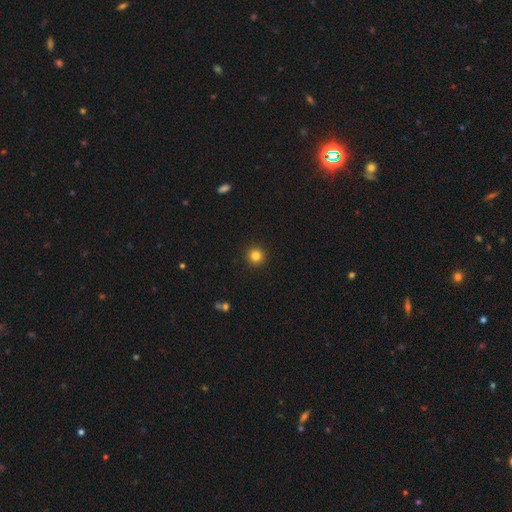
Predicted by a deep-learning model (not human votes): smooth 83%, star or artifact 12%, featured or disk 5%. Down the decision tree: how rounded — round (96%); merging — none (93%).